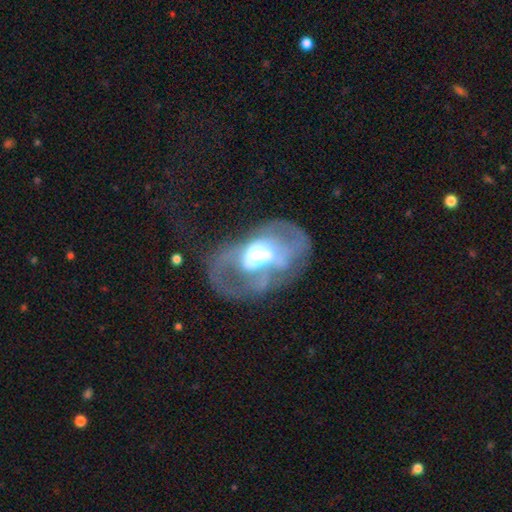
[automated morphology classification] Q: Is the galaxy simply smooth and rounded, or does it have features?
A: featured or disk — 70%.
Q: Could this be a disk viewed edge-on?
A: no — 95%.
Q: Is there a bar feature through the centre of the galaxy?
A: no — 66%.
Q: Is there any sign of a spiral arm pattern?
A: no — 54%.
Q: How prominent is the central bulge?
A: moderate — 59%.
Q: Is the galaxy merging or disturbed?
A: major disturbance — 45%.